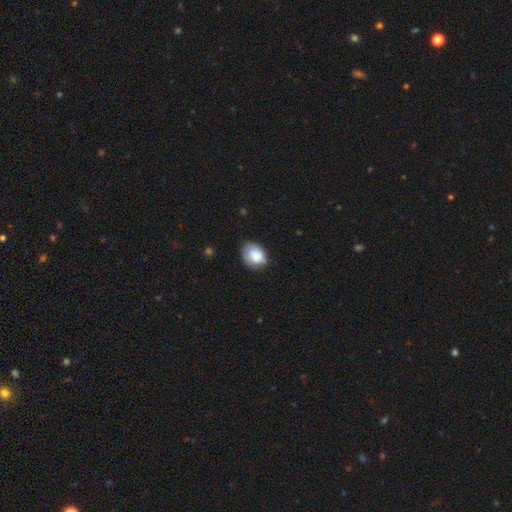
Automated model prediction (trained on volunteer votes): smooth 78%, featured or disk 14%, star or artifact 7%. Down the decision tree: how rounded — in between (60%); merging — none (63%).